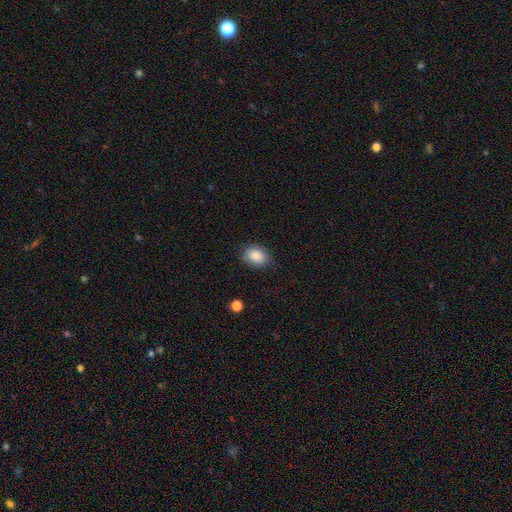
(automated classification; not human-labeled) Smooth or featured?
  - smooth: 86% *
  - star or artifact: 8%
  - featured or disk: 6%
How rounded?
  - in between: 69% *
  - round: 30%
  - cigar-shaped: 1%
Merging?
  - none: 75% *
  - minor disturbance: 19%
  - major disturbance: 4%
  - merger: 1%